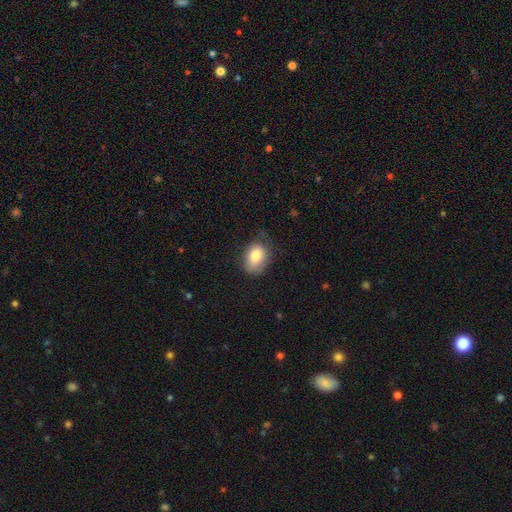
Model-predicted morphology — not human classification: Smooth or featured? smooth (80%)
How rounded? in between (72%)
Merging? none (62%)